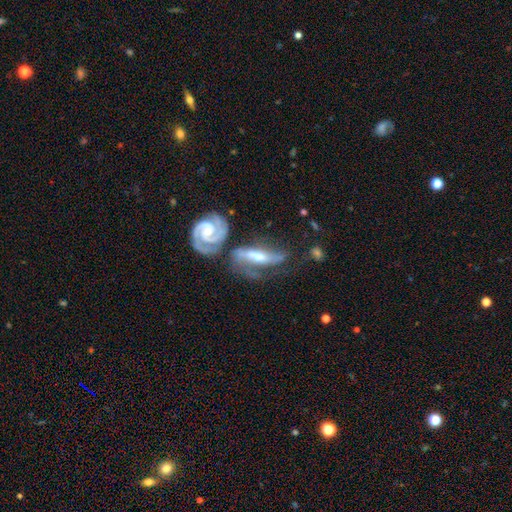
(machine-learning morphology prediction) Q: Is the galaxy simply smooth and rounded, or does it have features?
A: featured or disk — 78%.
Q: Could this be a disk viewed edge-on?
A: no — 69%.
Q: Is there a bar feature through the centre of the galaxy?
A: no — 39%.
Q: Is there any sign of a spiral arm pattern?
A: yes — 85%.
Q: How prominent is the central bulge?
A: moderate — 60%.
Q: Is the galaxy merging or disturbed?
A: none — 43%.